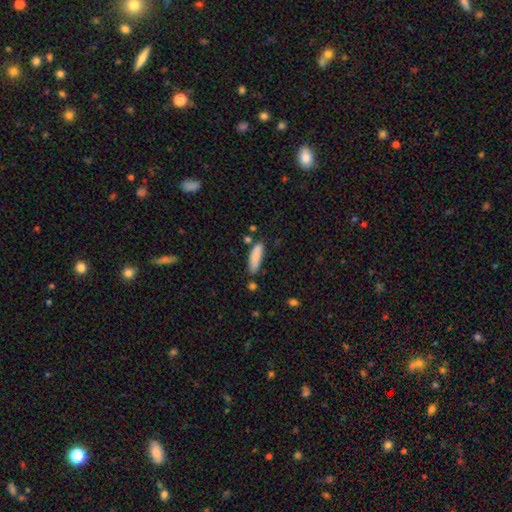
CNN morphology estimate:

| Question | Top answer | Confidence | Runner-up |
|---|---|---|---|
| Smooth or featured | smooth | 86% | featured or disk (7%) |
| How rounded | cigar-shaped | 55% | in between (43%) |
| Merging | none | 72% | minor disturbance (18%) |